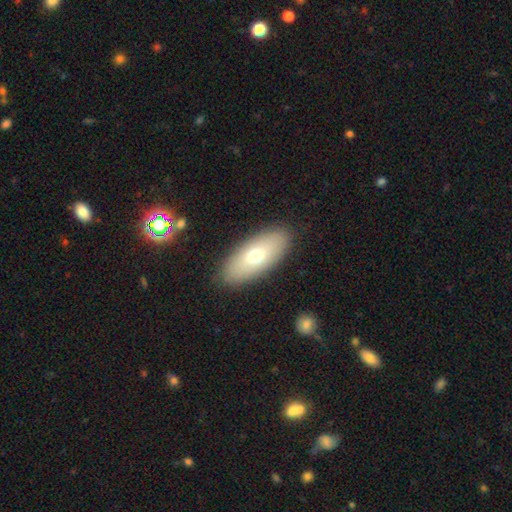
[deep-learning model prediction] Overall: smooth (67%). How rounded: in between (85%). Merging: none (87%).